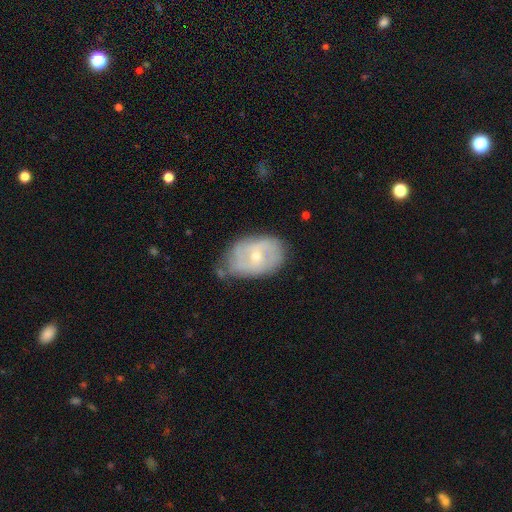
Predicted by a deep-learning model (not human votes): A featured or disk galaxy (61%) with no bar (58%), spiral arms (70%) and a small central bulge (56%).

Vote fractions:
- Smooth or featured? featured or disk: 61% / smooth: 32% / star or artifact: 7%
- Edge-on disk? no: 95% / yes: 5%
- Bar? no: 58% / weak: 35% / strong: 7%
- Spiral arms? yes: 70% / no: 30%
- Bulge size? small: 56% / moderate: 41% / large: 1% / none: 1% / dominant: 1%
- Merging? none: 59% / minor disturbance: 30% / major disturbance: 8% / merger: 4%